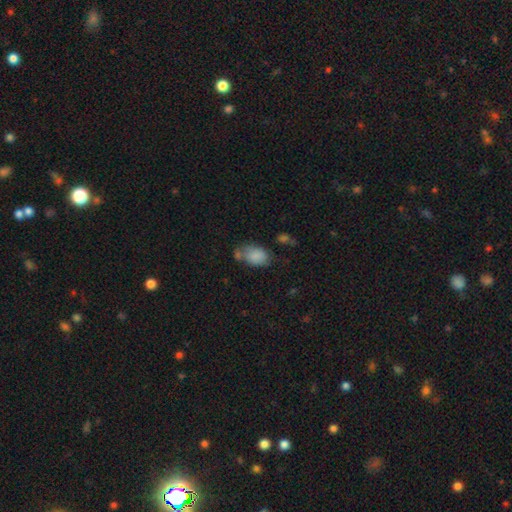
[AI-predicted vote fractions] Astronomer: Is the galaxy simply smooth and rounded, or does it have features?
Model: smooth — 85%.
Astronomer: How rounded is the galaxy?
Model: in between — 86%.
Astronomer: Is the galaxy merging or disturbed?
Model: none — 51%.